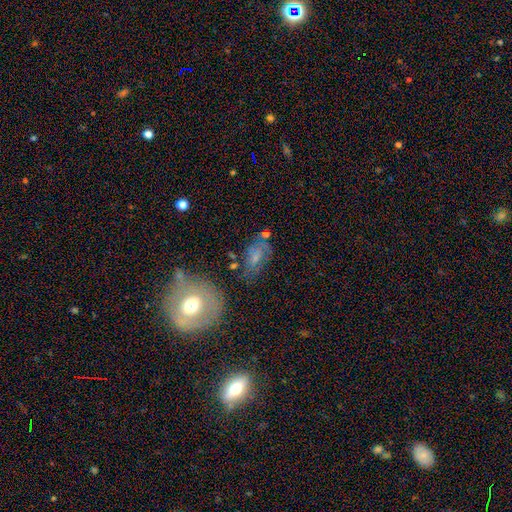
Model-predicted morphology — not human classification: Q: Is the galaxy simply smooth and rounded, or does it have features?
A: smooth — 48%.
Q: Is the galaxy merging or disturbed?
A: none — 60%.